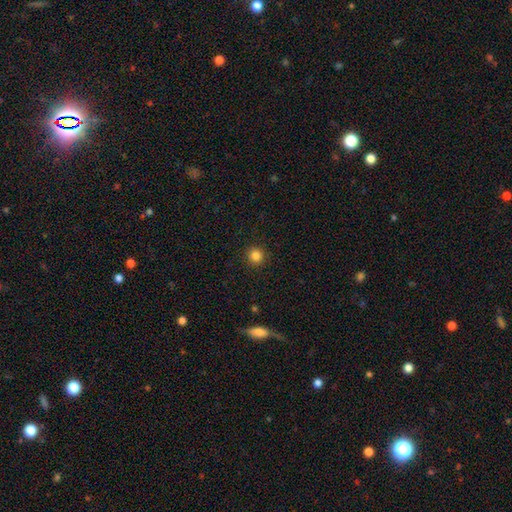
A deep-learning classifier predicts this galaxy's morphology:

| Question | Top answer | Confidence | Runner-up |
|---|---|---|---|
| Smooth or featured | smooth | 84% | star or artifact (12%) |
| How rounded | round | 95% | in between (4%) |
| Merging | none | 92% | minor disturbance (5%) |